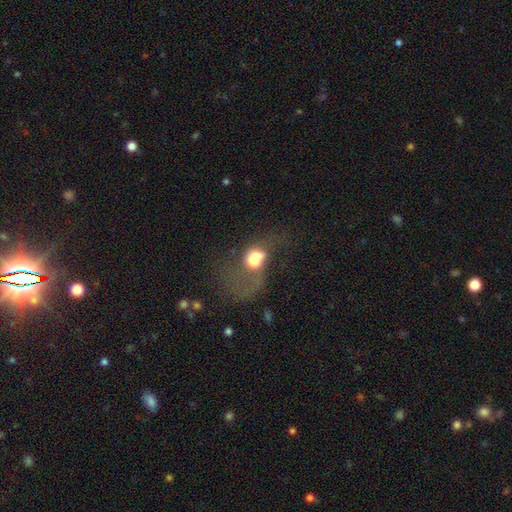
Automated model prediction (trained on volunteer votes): Q: Smooth or featured?
A: smooth (48%); runner-up: featured or disk (39%)
Q: Merging?
A: merger (54%); runner-up: major disturbance (26%)